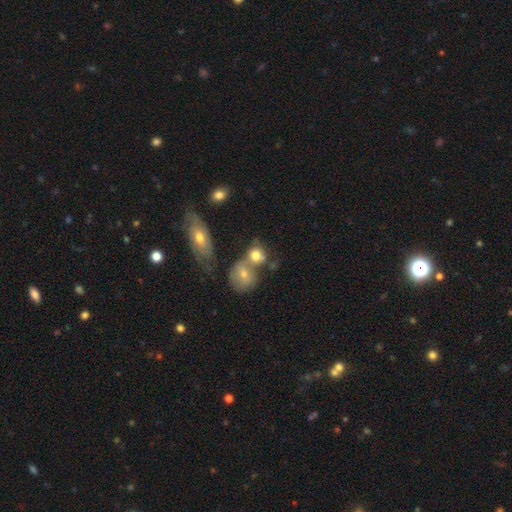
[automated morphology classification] type=smooth (71%); roundness=round (64%); merging=merger (48%).